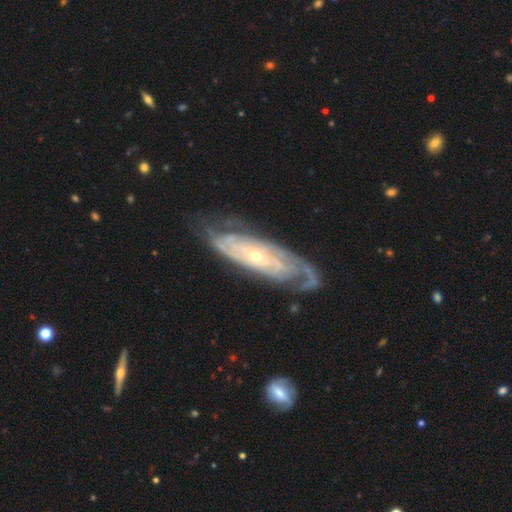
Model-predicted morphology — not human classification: smooth_or_featured: featured or disk (p=0.86) [alt: smooth p=0.09]
disk_edge_on: no (p=0.87) [alt: yes p=0.13]
bar: no (p=0.69) [alt: weak p=0.22]
has_spiral_arms: yes (p=0.93) [alt: no p=0.07]
spiral_winding: tight (p=0.71) [alt: medium p=0.23]
spiral_arm_count: can't tell (p=0.47) [alt: 2 p=0.23]
bulge_size: small (p=0.73) [alt: moderate p=0.24]
merging: none (p=0.67) [alt: minor disturbance p=0.20]